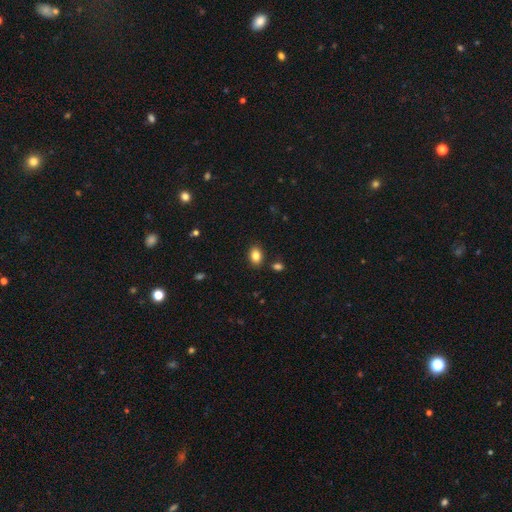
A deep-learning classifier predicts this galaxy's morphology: A smooth galaxy with no disk features (84%) that is in between round and cigar-shaped (79%).

Vote fractions:
- Smooth or featured? smooth: 84% / star or artifact: 9% / featured or disk: 7%
- How rounded? in between: 79% / round: 20% / cigar-shaped: 1%
- Merging? none: 86% / minor disturbance: 9% / merger: 3% / major disturbance: 2%